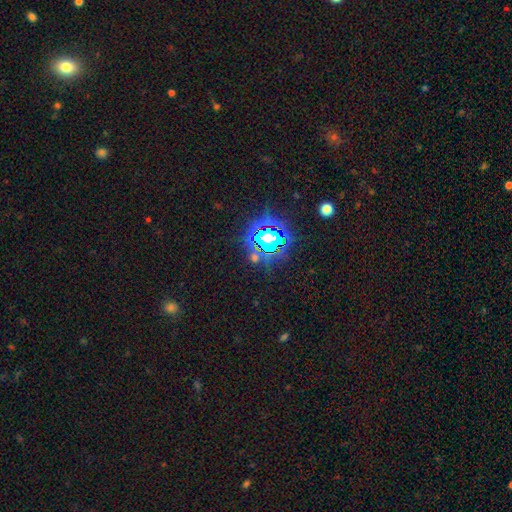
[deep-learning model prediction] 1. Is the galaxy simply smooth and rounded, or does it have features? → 75% star or artifact, 16% smooth, 9% featured or disk.